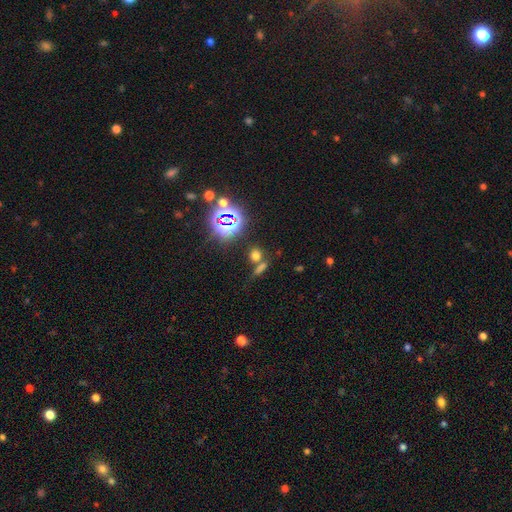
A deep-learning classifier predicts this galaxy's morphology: Smooth or featured?
  - smooth: 56% *
  - star or artifact: 34%
  - featured or disk: 9%
How rounded?
  - round: 54% *
  - in between: 35%
  - cigar-shaped: 11%
Merging?
  - none: 60% *
  - merger: 27%
  - minor disturbance: 8%
  - major disturbance: 5%